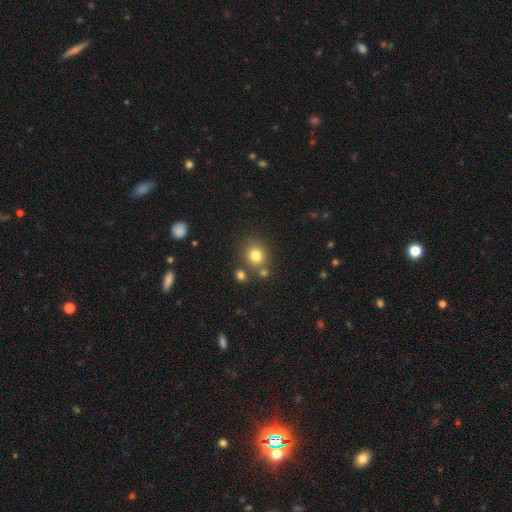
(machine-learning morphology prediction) This is likely a smooth galaxy (79%). How rounded: clearly round (80%). Merging: likely none (73%).